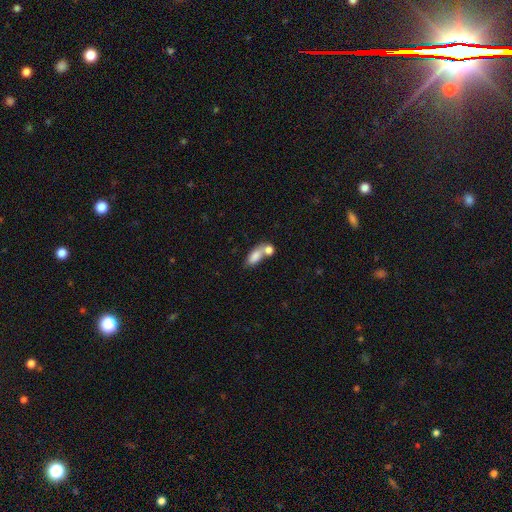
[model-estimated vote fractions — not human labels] smooth 79%, featured or disk 13%, star or artifact 8%. Down the decision tree: how rounded — in between (80%); merging — merger (53%).